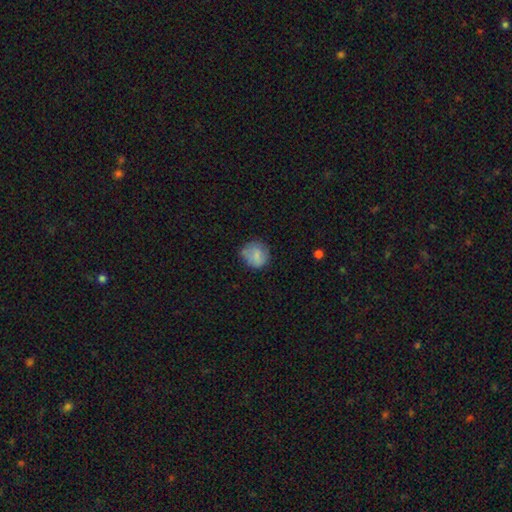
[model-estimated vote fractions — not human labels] Smooth or featured?
  - smooth: 76% *
  - featured or disk: 16%
  - star or artifact: 9%
How rounded?
  - round: 83% *
  - in between: 16%
  - cigar-shaped: 1%
Merging?
  - none: 64% *
  - minor disturbance: 25%
  - major disturbance: 8%
  - merger: 3%